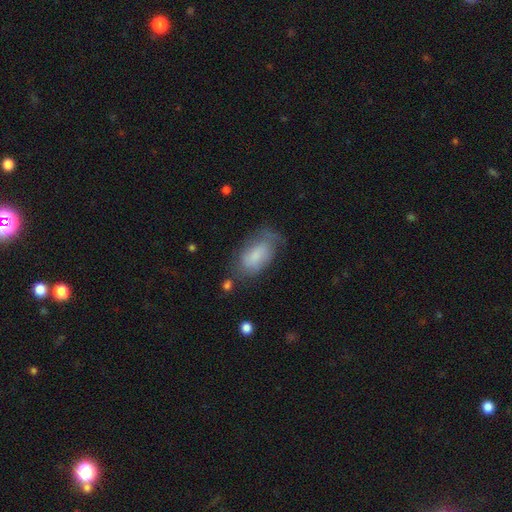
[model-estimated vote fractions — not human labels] smooth-or-featured: smooth: 68% | featured or disk: 24% | star or artifact: 7%
  how-rounded: in between: 92% | round: 4% | cigar-shaped: 4%
  merging: none: 52% | minor disturbance: 30% | major disturbance: 15% | merger: 3%